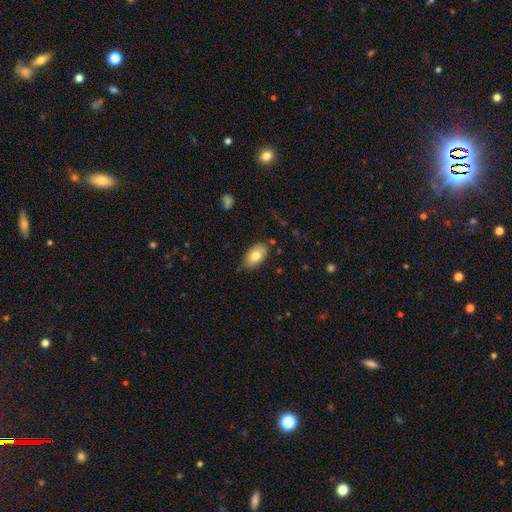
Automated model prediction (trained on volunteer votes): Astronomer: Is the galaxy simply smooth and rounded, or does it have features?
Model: smooth — 77%.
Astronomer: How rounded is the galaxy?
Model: in between — 92%.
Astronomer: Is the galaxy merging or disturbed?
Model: none — 77%.